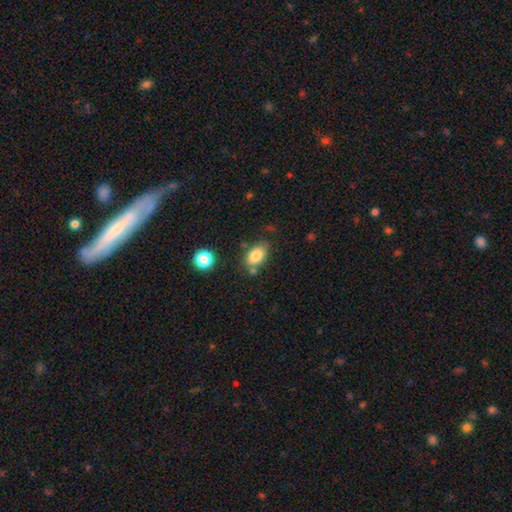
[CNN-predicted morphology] The model was most divided on "merging": none: 64%, minor disturbance: 19%, merger: 11%, major disturbance: 6%. More confident: how rounded — in between (88%); smooth or featured — smooth (82%).